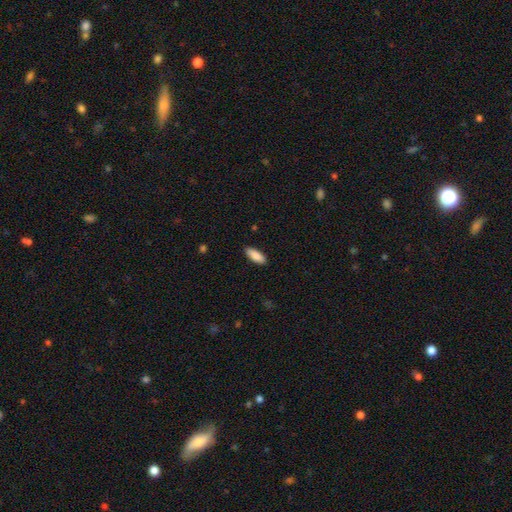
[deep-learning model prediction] Smooth or featured: smooth — 89% (star or artifact — 6%)
How rounded: in between — 73% (cigar-shaped — 26%)
Merging: none — 89% (minor disturbance — 8%)